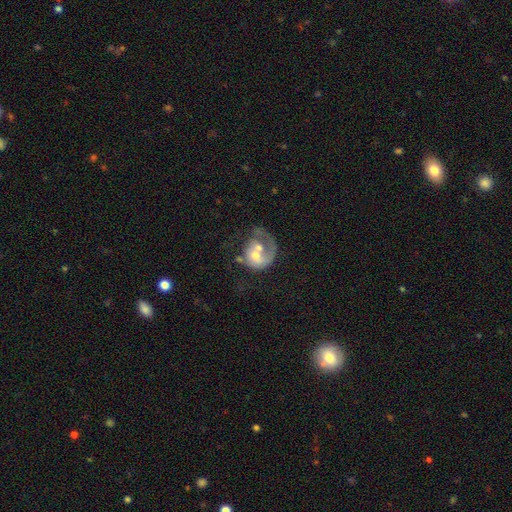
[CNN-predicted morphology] Smooth or featured?
  - featured or disk: 68% *
  - smooth: 26%
  - star or artifact: 6%
Edge-on disk?
  - no: 98% *
  - yes: 2%
Bar?
  - no: 77% *
  - weak: 20%
  - strong: 4%
Spiral arms?
  - yes: 71% *
  - no: 29%
Bulge size?
  - moderate: 60% *
  - small: 26%
  - large: 7%
  - none: 5%
  - dominant: 2%
Merging?
  - merger: 34% *
  - major disturbance: 30%
  - none: 24%
  - minor disturbance: 12%